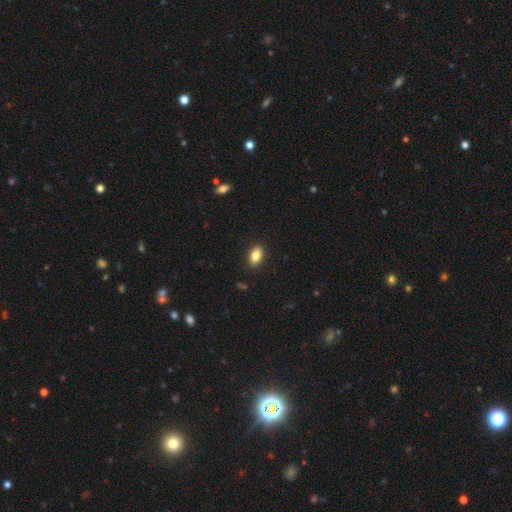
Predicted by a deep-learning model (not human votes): Smooth or featured?
  - smooth: 84% *
  - star or artifact: 8%
  - featured or disk: 8%
How rounded?
  - in between: 89% *
  - round: 7%
  - cigar-shaped: 3%
Merging?
  - none: 89% *
  - minor disturbance: 8%
  - major disturbance: 2%
  - merger: 1%